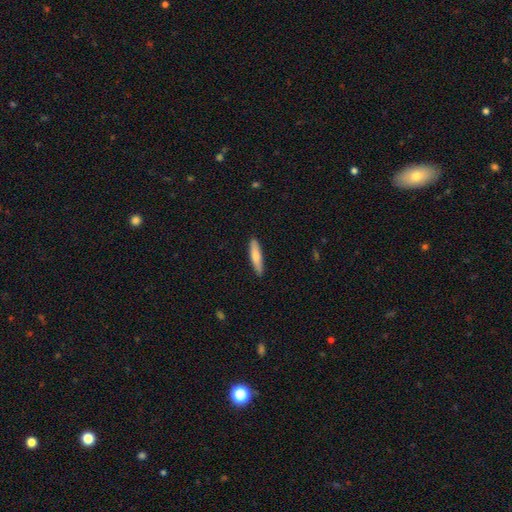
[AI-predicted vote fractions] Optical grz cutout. It shows a smooth galaxy with no disk features (75%) that is cigar-shaped (83%). Merging: none (88%).